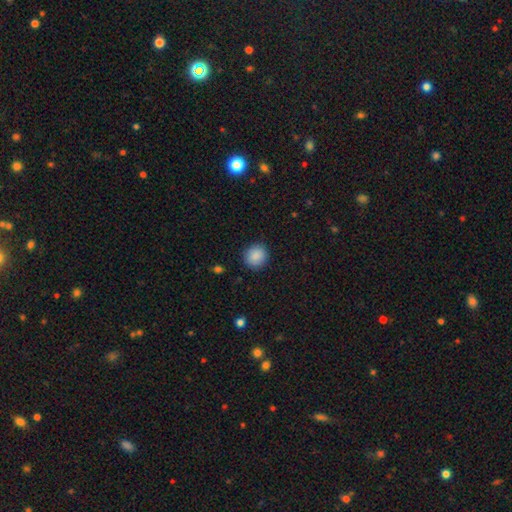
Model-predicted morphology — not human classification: The model was most divided on "how rounded": round: 87%, in between: 12%, cigar-shaped: 1%. More confident: merging — none (89%); smooth or featured — smooth (89%).